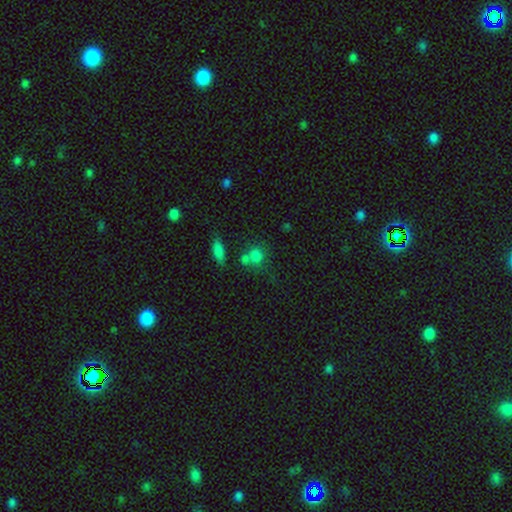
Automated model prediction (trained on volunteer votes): Smooth or featured? smooth (78%)
How rounded? round (74%)
Merging? none (49%)